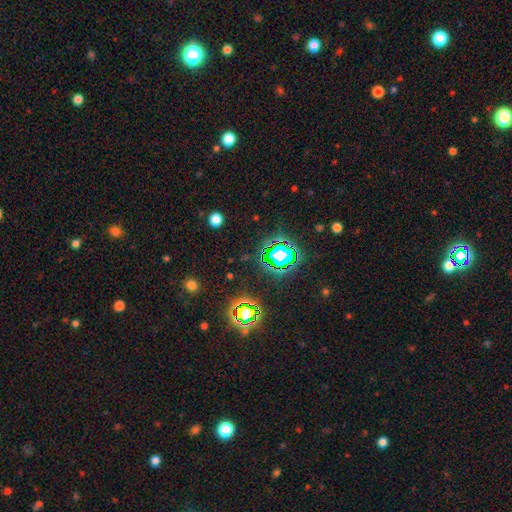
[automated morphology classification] A star or artifact, not a galaxy (80%).

Vote fractions:
- Smooth or featured? star or artifact: 80% / smooth: 13% / featured or disk: 7%